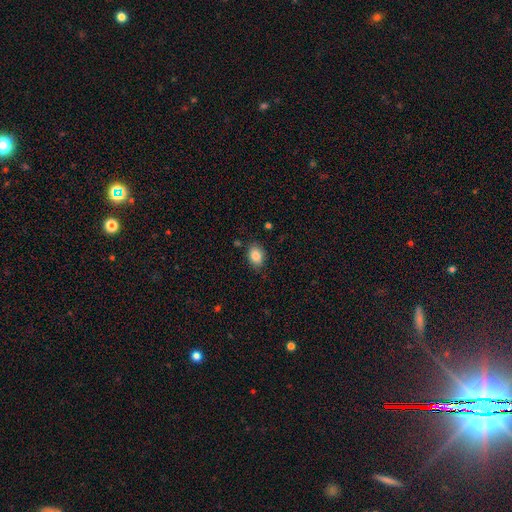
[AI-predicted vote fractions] The model was most divided on "how rounded": in between: 77%, round: 22%, cigar-shaped: 1%. More confident: smooth or featured — smooth (86%); merging — none (83%).